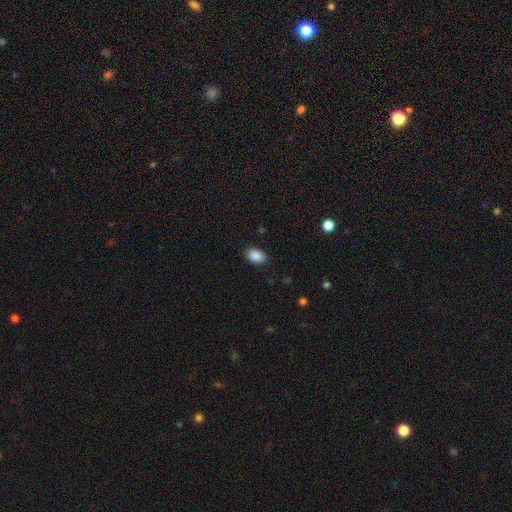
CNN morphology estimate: smooth_or_featured: smooth (p=0.89) [alt: star or artifact p=0.08]
how_rounded: in between (p=0.86) [alt: round p=0.12]
merging: none (p=0.87) [alt: minor disturbance p=0.10]